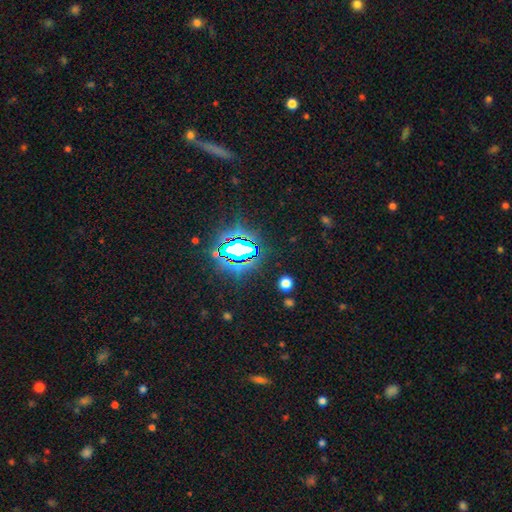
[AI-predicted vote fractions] smooth_or_featured: star or artifact (p=0.80) [alt: smooth p=0.12]